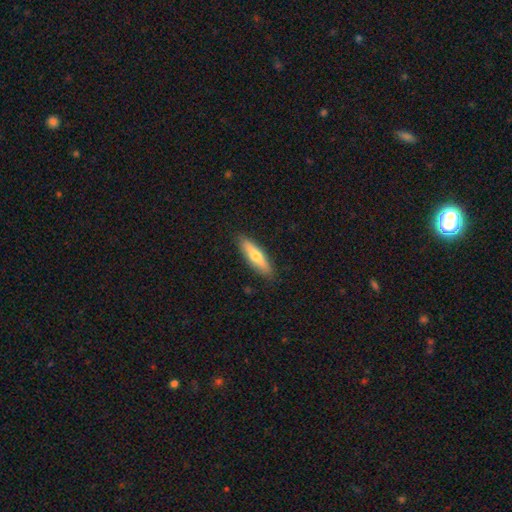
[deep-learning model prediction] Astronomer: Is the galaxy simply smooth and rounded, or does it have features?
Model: smooth — 58% (runner-up: featured or disk, 36%).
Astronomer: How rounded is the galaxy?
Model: cigar-shaped — 70%.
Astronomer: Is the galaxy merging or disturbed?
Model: none — 88%.